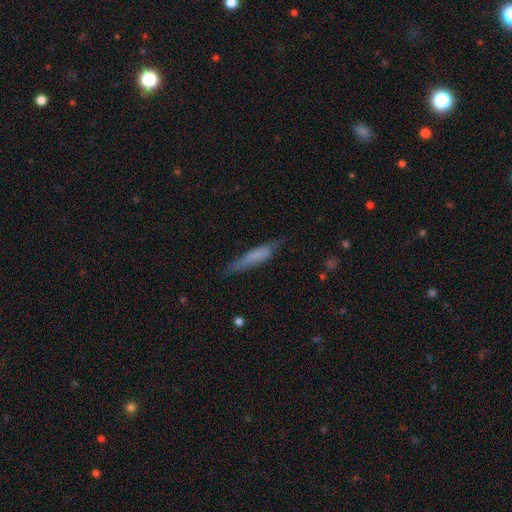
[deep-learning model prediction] Smooth or featured: smooth — 62% (featured or disk — 30%)
How rounded: cigar-shaped — 86% (in between — 12%)
Merging: none — 67% (minor disturbance — 24%)